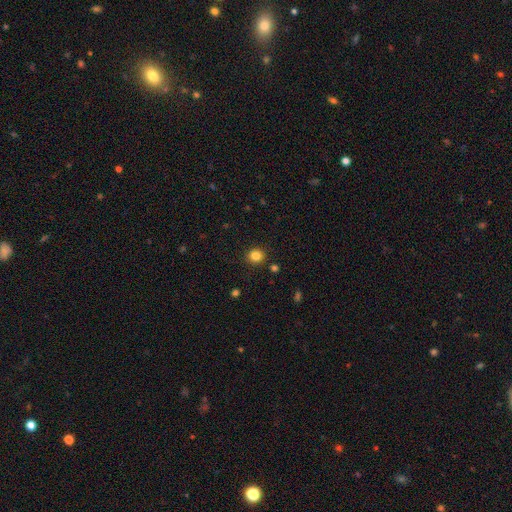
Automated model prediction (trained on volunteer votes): Q: Smooth or featured?
A: smooth (83%); runner-up: star or artifact (12%)
Q: How rounded?
A: round (86%); runner-up: in between (13%)
Q: Merging?
A: none (90%); runner-up: minor disturbance (6%)